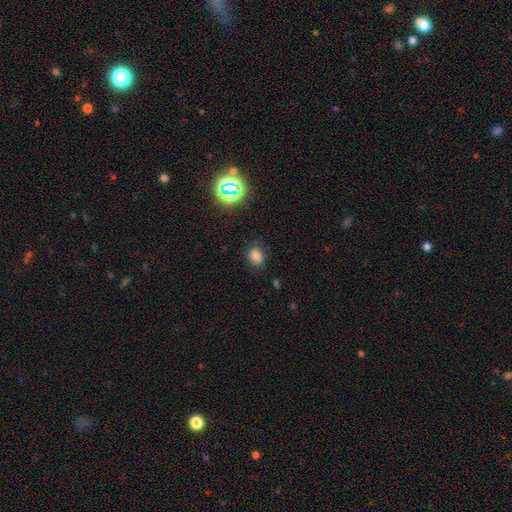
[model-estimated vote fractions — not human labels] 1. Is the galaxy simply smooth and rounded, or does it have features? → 76% smooth, 18% star or artifact, 6% featured or disk.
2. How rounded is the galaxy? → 50% in between, 49% round, 1% cigar-shaped.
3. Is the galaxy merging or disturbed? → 76% none, 17% minor disturbance, 5% major disturbance, 2% merger.